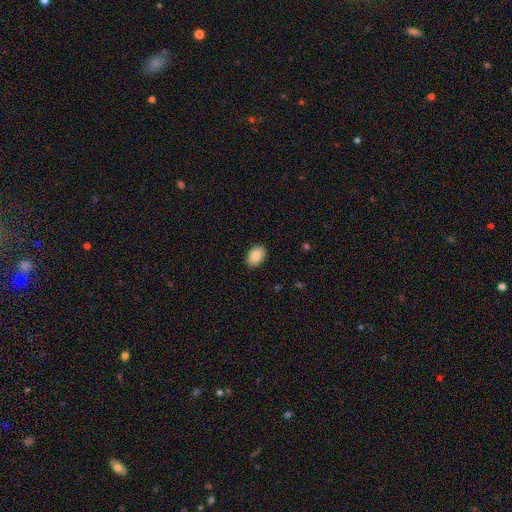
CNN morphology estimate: smooth 87%, star or artifact 7%, featured or disk 6%. Down the decision tree: how rounded — in between (87%); merging — none (90%).